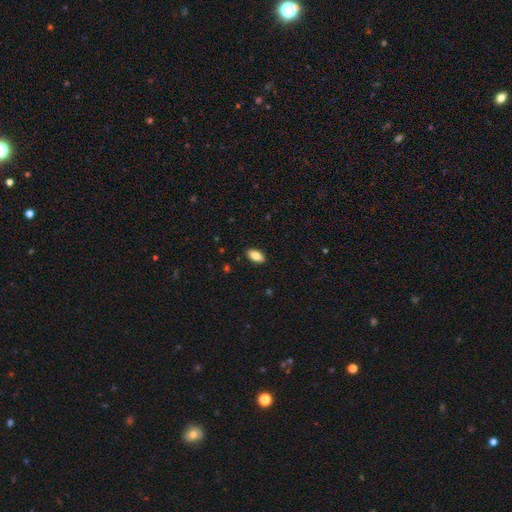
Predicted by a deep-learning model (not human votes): Q: Smooth or featured?
A: smooth (84%); runner-up: featured or disk (9%)
Q: How rounded?
A: in between (92%); runner-up: cigar-shaped (5%)
Q: Merging?
A: none (89%); runner-up: minor disturbance (8%)